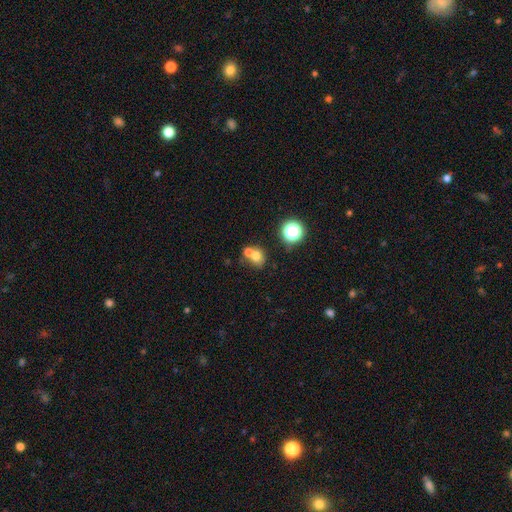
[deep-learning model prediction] A smooth galaxy with no disk features (70%) that is round (67%).

Vote fractions:
- Smooth or featured? smooth: 70% / star or artifact: 16% / featured or disk: 14%
- How rounded? round: 67% / in between: 32% / cigar-shaped: 1%
- Merging? merger: 45% / none: 43% / minor disturbance: 9% / major disturbance: 4%